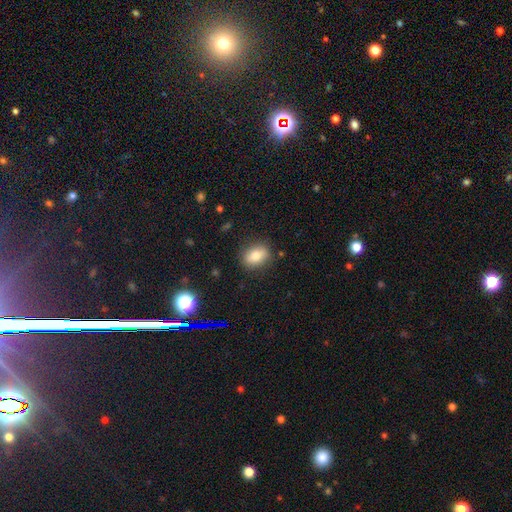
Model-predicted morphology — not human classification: Overall: smooth (76%). How rounded: in between (66%; round 31%). Merging: none (85%).